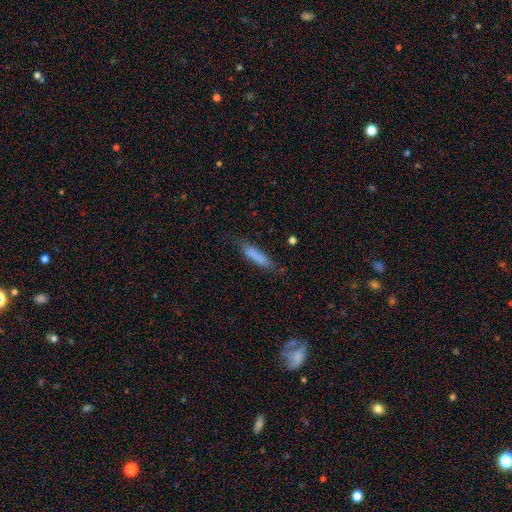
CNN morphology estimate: Q: Smooth or featured?
A: smooth (78%); runner-up: featured or disk (15%)
Q: How rounded?
A: cigar-shaped (80%); runner-up: in between (18%)
Q: Merging?
A: none (68%); runner-up: minor disturbance (22%)